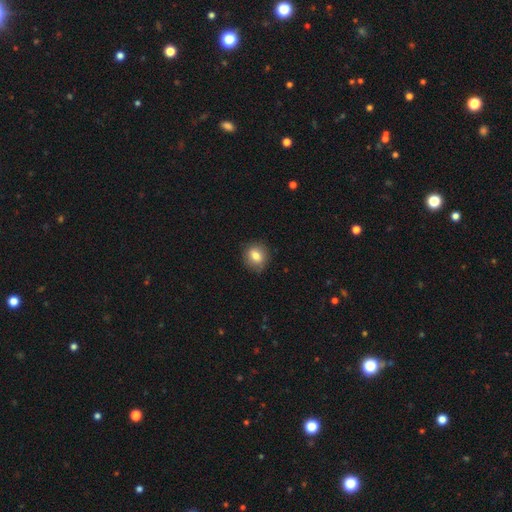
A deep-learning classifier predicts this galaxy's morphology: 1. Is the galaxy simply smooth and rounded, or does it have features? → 79% smooth, 12% featured or disk, 9% star or artifact.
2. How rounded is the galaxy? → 70% round, 29% in between, 1% cigar-shaped.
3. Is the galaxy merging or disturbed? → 83% none, 13% minor disturbance, 3% major disturbance, 1% merger.